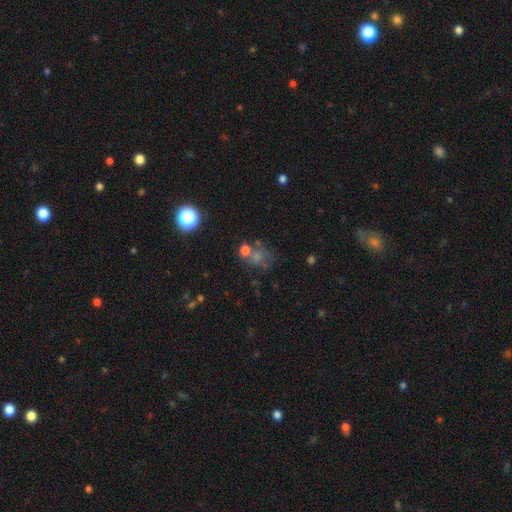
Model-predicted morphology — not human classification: type=smooth (44%); merging=none (50%).